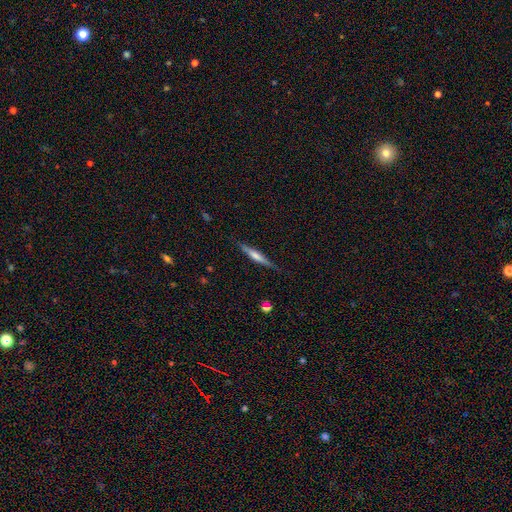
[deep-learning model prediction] Smooth or featured? featured or disk (54%)
Edge-on disk? yes (97%)
Edge-on bulge? rounded (47%)
Merging? none (85%)